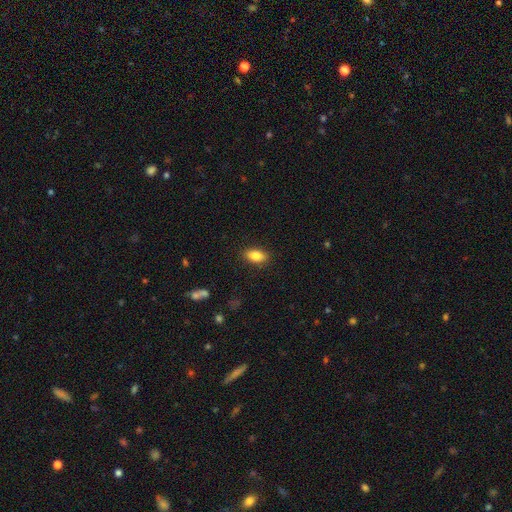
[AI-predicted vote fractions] A smooth galaxy with no disk features (84%) that is in between round and cigar-shaped (89%). Merging: none (88%).